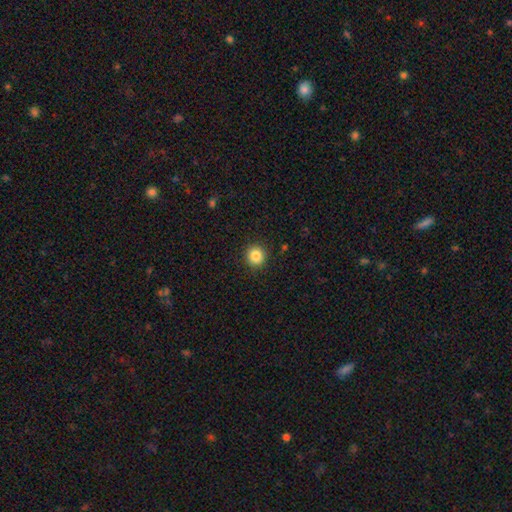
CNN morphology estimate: This is clearly a smooth galaxy (85%). How rounded: clearly round (91%). Merging: clearly none (91%).